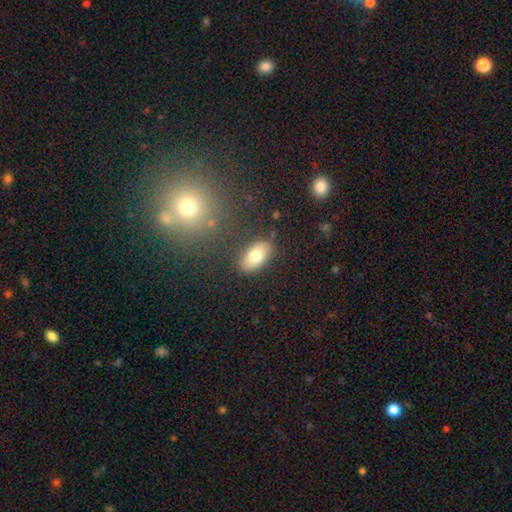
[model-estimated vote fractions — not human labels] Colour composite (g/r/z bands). It shows a smooth galaxy with no disk features (78%) that is in between round and cigar-shaped (92%). Merging: none (84%).